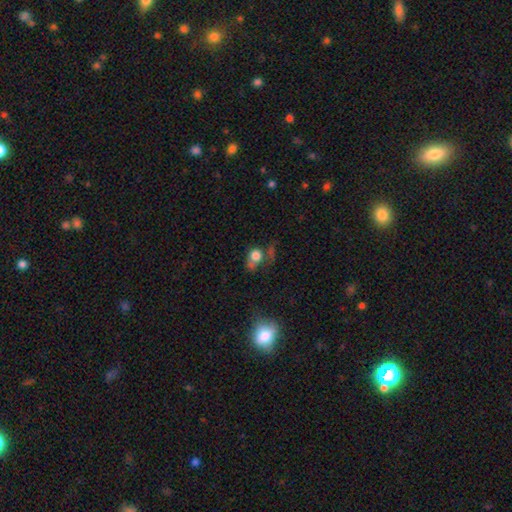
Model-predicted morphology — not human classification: Smooth or featured: smooth — 68% (star or artifact — 16%)
How rounded: round — 64% (in between — 33%)
Merging: none — 35% (major disturbance — 30%)